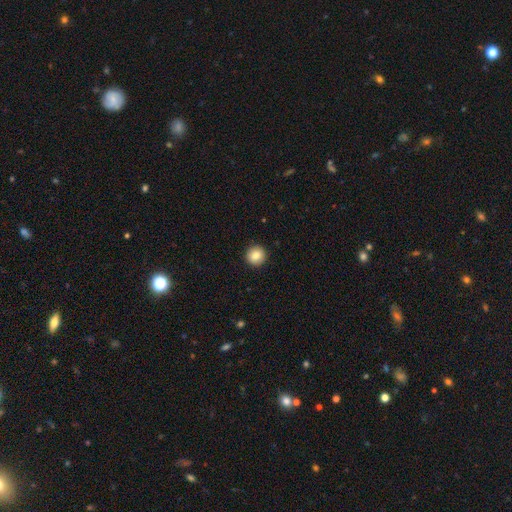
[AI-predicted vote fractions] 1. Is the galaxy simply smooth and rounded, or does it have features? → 85% smooth, 9% star or artifact, 6% featured or disk.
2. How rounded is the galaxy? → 94% round, 5% in between, 1% cigar-shaped.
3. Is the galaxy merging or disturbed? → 93% none, 5% minor disturbance, 2% major disturbance, 1% merger.